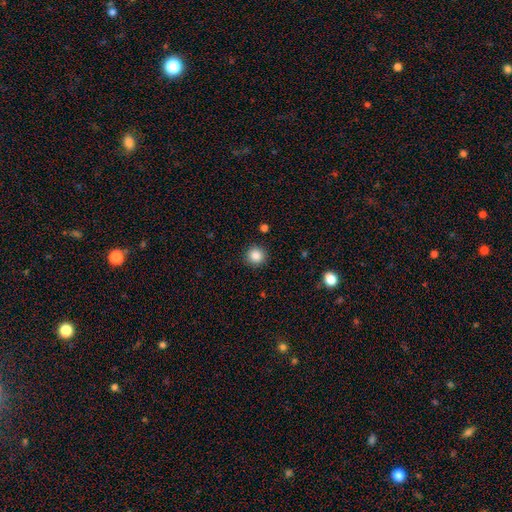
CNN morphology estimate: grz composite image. It shows a smooth galaxy with no disk features (86%) that is round (94%). Merging: none (91%).